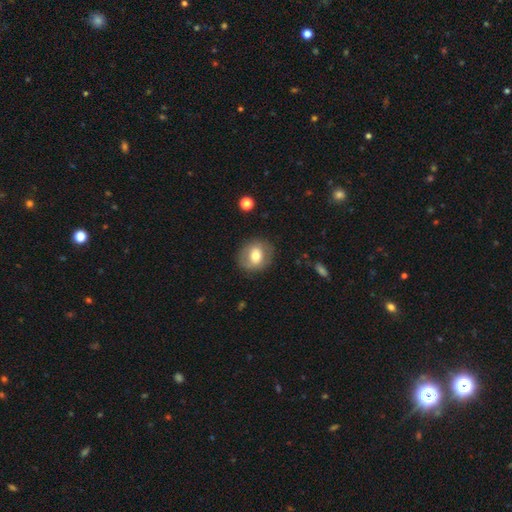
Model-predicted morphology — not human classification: Smooth or featured? Predicted: smooth (p=0.60). How rounded? Predicted: round (p=0.73). Merging? Predicted: none (p=0.82).